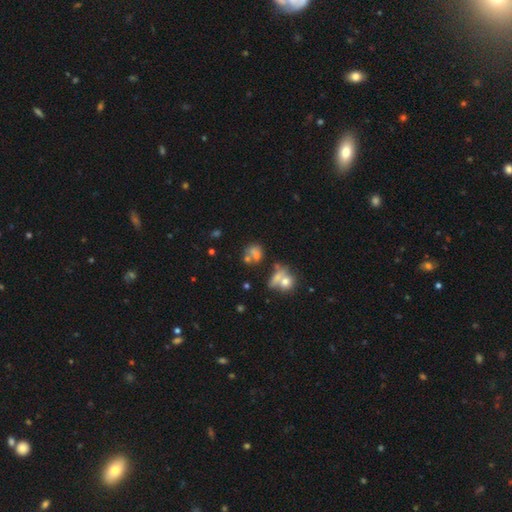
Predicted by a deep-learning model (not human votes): This appears to be a smooth galaxy with no disk features (48%). Merging: none (45%).